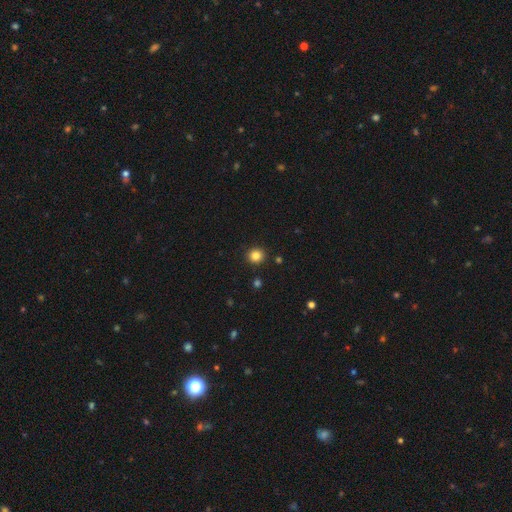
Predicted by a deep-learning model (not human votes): Overall: smooth (83%). How rounded: round (92%). Merging: none (91%).